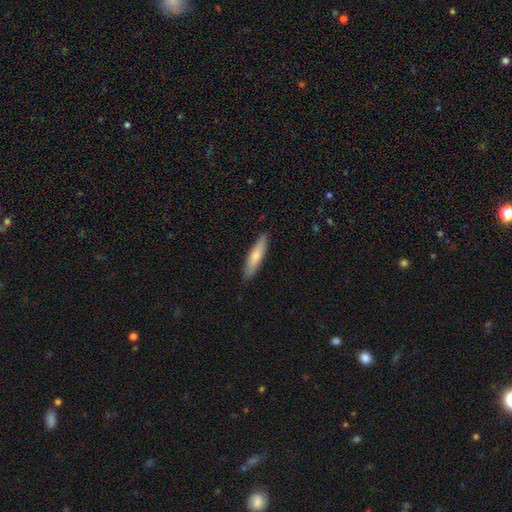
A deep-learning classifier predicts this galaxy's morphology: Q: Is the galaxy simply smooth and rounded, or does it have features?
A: smooth — 70%.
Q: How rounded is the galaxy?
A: cigar-shaped — 81%.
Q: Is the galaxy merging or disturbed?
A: none — 87%.